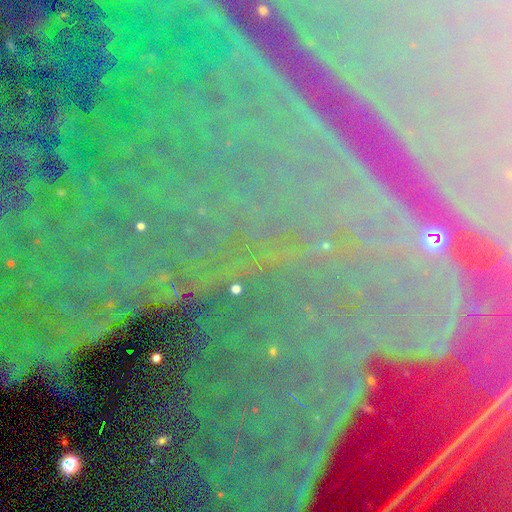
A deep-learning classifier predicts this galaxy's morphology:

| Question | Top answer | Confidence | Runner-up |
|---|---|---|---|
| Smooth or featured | star or artifact | 86% | featured or disk (7%) |